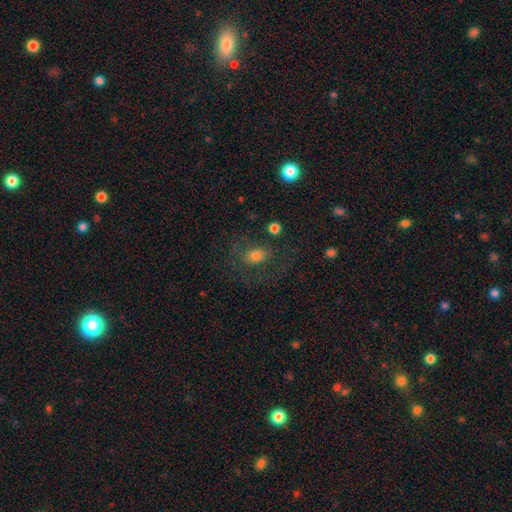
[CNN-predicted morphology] Smooth or featured?
  - smooth: 58% *
  - featured or disk: 29%
  - star or artifact: 14%
How rounded?
  - in between: 58% *
  - round: 41%
  - cigar-shaped: 2%
Merging?
  - none: 57% *
  - major disturbance: 23%
  - minor disturbance: 17%
  - merger: 3%